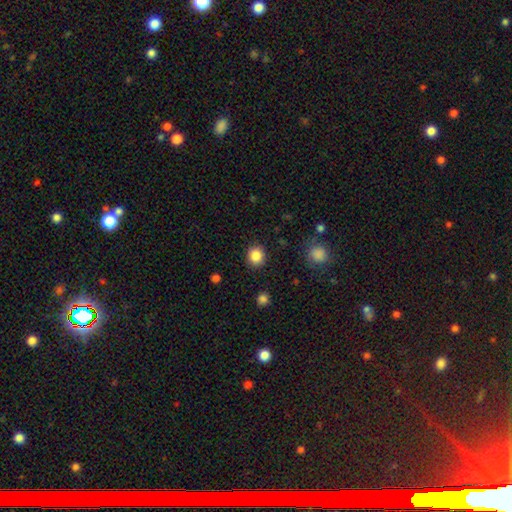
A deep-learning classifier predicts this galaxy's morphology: Q: Smooth or featured?
A: smooth (86%); runner-up: star or artifact (10%)
Q: How rounded?
A: round (82%); runner-up: in between (17%)
Q: Merging?
A: none (89%); runner-up: minor disturbance (7%)